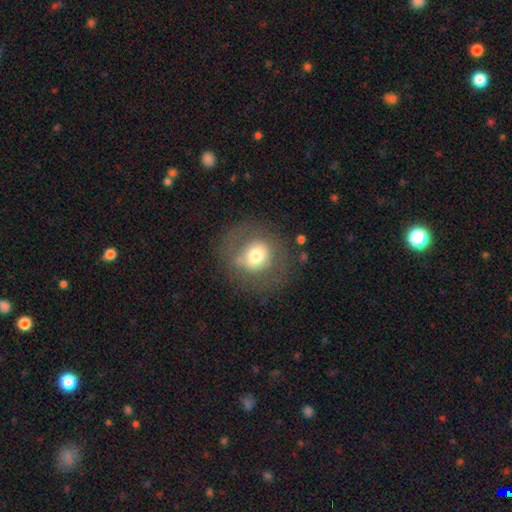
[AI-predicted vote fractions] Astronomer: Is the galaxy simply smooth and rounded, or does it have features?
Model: smooth — 60%.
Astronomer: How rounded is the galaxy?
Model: round — 85%.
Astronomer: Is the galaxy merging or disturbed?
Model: none — 72%.